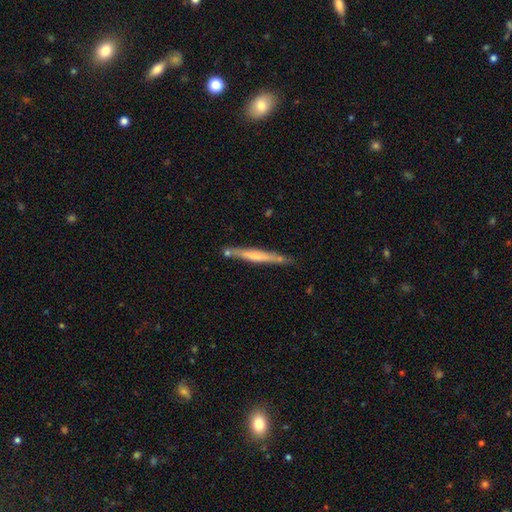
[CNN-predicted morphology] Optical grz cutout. It shows a featured or disk galaxy (51%) viewed edge-on (94%). Merging: none (75%).